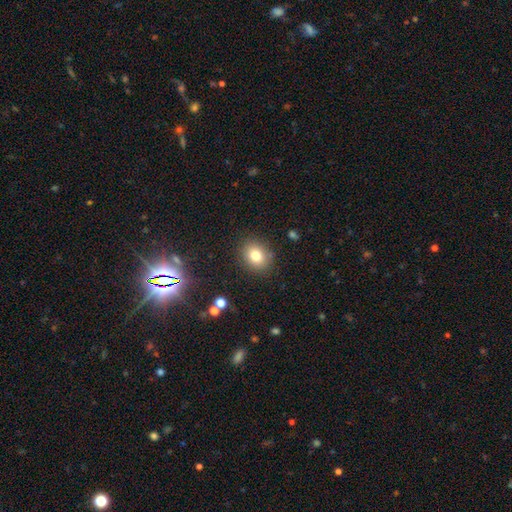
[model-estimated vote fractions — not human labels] Overall: smooth (79%). How rounded: round (61%; in between 38%). Merging: none (87%).